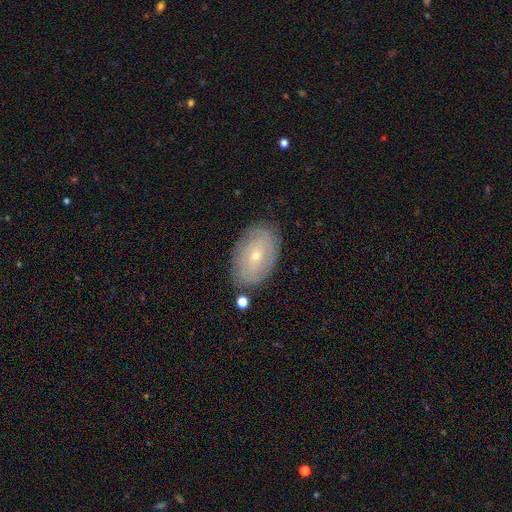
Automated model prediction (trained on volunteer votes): Smooth or featured? Predicted: featured or disk (p=0.70). Edge-on disk? Predicted: no (p=0.94). Bar? Predicted: no (p=0.72). Spiral arms? Predicted: yes (p=0.83). Spiral winding? Predicted: tight (p=0.78). Spiral arm count? Predicted: can't tell (p=0.51). Bulge size? Predicted: small (p=0.71). Merging? Predicted: none (p=0.81).